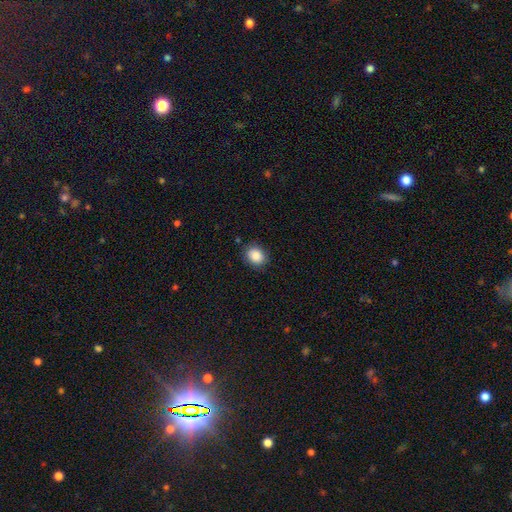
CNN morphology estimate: smooth 87%, star or artifact 8%, featured or disk 5%. Down the decision tree: how rounded — round (59%); merging — none (85%).